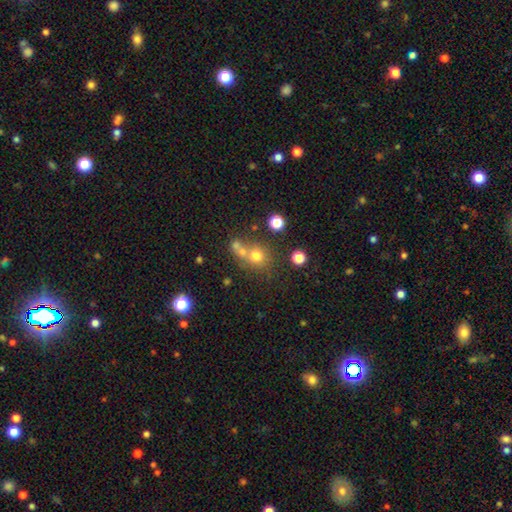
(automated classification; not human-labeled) Q: Smooth or featured?
A: smooth (68%); runner-up: star or artifact (18%)
Q: How rounded?
A: round (82%); runner-up: in between (16%)
Q: Merging?
A: none (48%); runner-up: merger (37%)